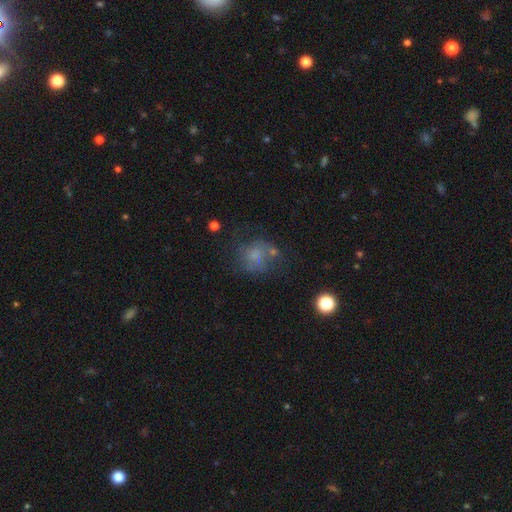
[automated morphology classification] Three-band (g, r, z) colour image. It shows a smooth galaxy with no disk features (52%) that is round (69%). Merging: none (46%).